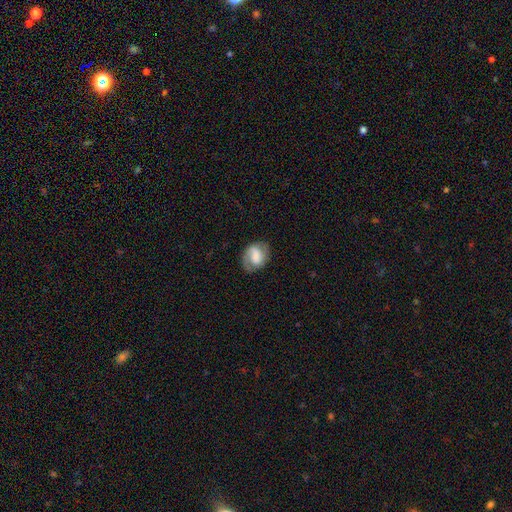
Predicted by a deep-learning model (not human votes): Overall: smooth (46%, tied with featured or disk). Merging: none (67%).